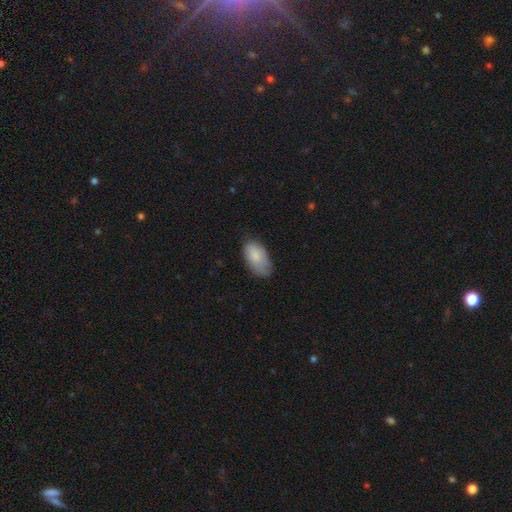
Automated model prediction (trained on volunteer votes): smooth_or_featured: smooth (p=0.81) [alt: featured or disk p=0.12]
how_rounded: in between (p=0.94) [alt: round p=0.03]
merging: none (p=0.59) [alt: minor disturbance p=0.32]